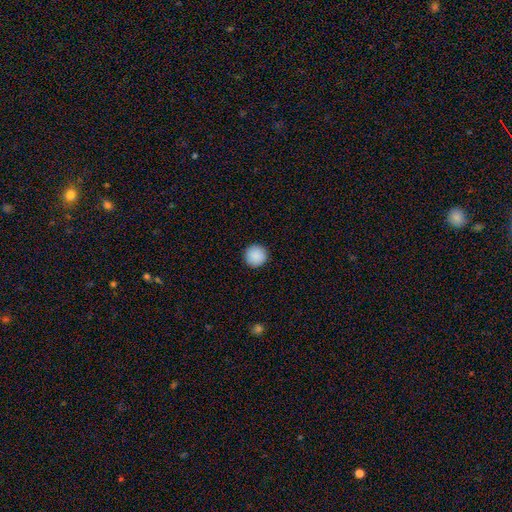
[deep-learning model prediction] This is clearly a smooth galaxy (90%). How rounded: clearly round (96%). Merging: clearly none (93%).